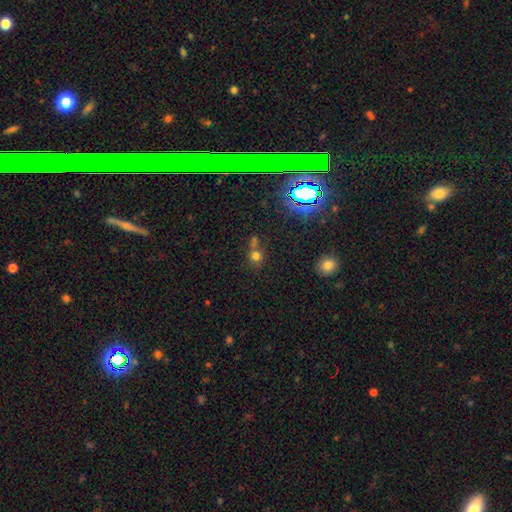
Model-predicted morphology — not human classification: Smooth or featured? smooth (65%)
How rounded? round (85%)
Merging? none (50%)